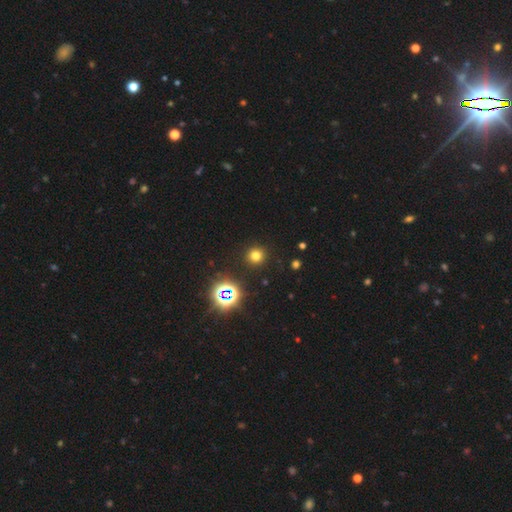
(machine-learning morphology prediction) This appears to be a smooth galaxy with no disk features (71%) that is round (93%). Merging: none (91%).